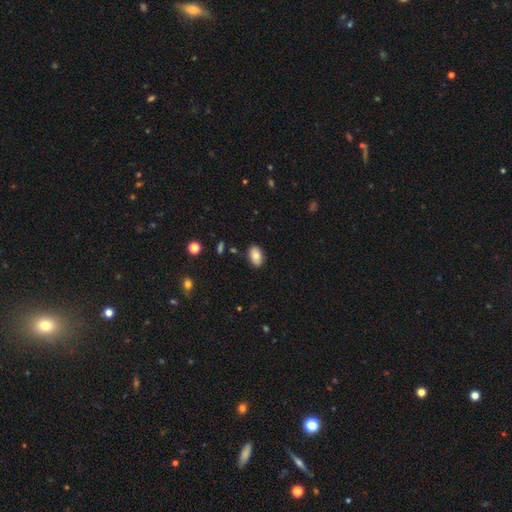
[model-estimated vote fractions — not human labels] A smooth galaxy with no disk features (80%) that is in between round and cigar-shaped (90%). Merging: none (87%).